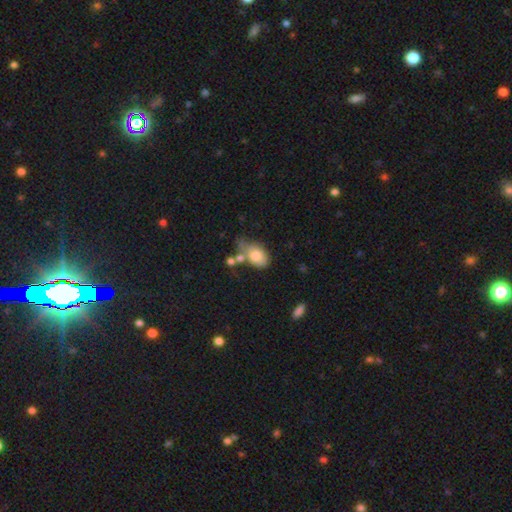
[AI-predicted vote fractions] smooth_or_featured: smooth (p=0.75) [alt: featured or disk p=0.18]
how_rounded: in between (p=0.83) [alt: round p=0.15]
merging: none (p=0.30) [alt: minor disturbance p=0.28]